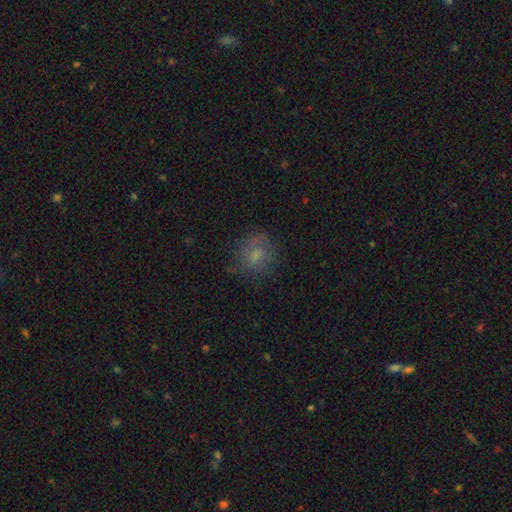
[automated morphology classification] Smooth or featured: smooth — 72% (featured or disk — 16%)
How rounded: round — 82% (in between — 17%)
Merging: none — 71% (minor disturbance — 19%)